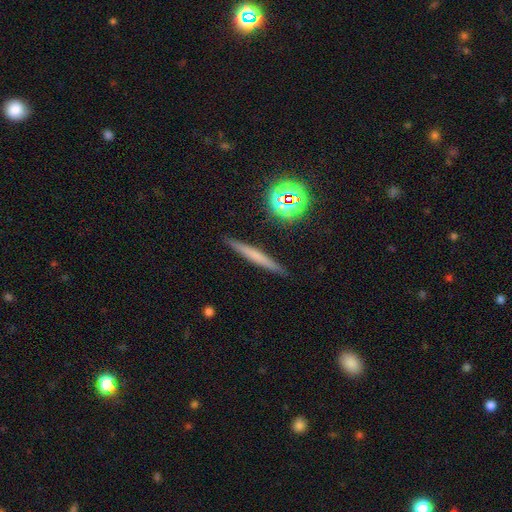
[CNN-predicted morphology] The model was most divided on "smooth or featured": smooth: 51%, featured or disk: 36%, star or artifact: 13%. More confident: how rounded — cigar-shaped (94%); merging — none (90%).